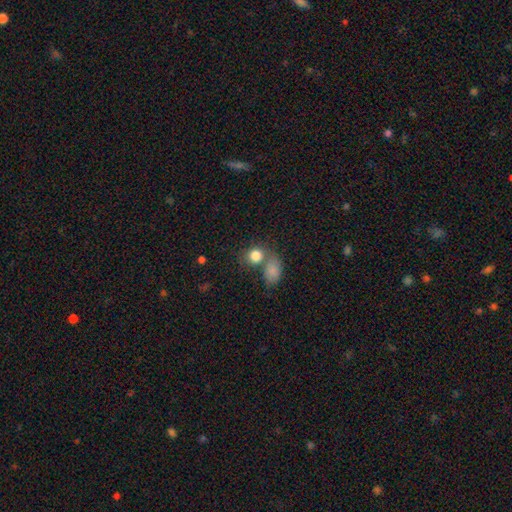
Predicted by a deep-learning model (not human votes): Smooth or featured: smooth — 83% (star or artifact — 10%)
How rounded: round — 67% (in between — 32%)
Merging: none — 47% (merger — 36%)